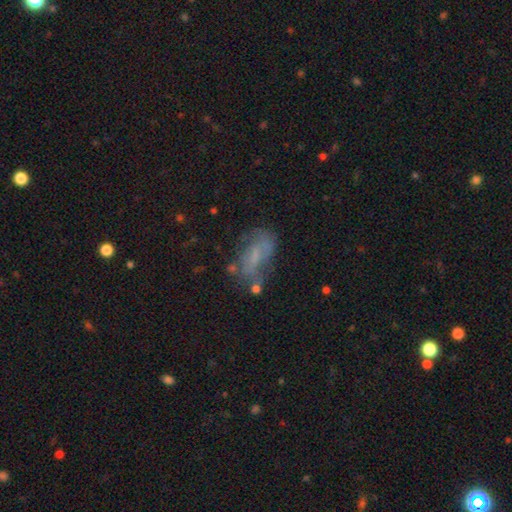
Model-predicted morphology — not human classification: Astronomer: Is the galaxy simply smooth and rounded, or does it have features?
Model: featured or disk — 42% (runner-up: smooth, 41%).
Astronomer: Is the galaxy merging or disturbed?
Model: none — 45% (runner-up: minor disturbance, 24%).